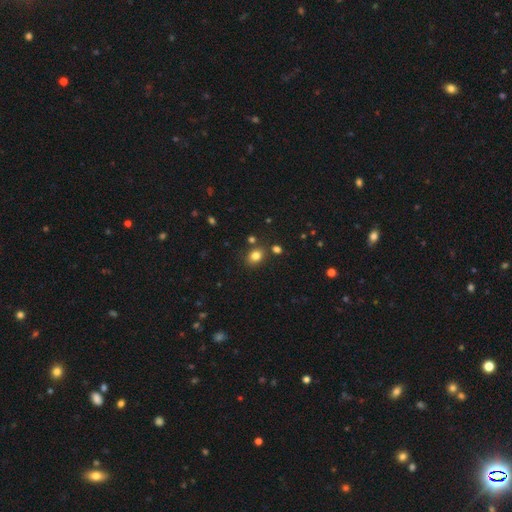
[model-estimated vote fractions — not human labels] Smooth or featured? Predicted: smooth (p=0.81). How rounded? Predicted: in between (p=0.53). Merging? Predicted: none (p=0.79).